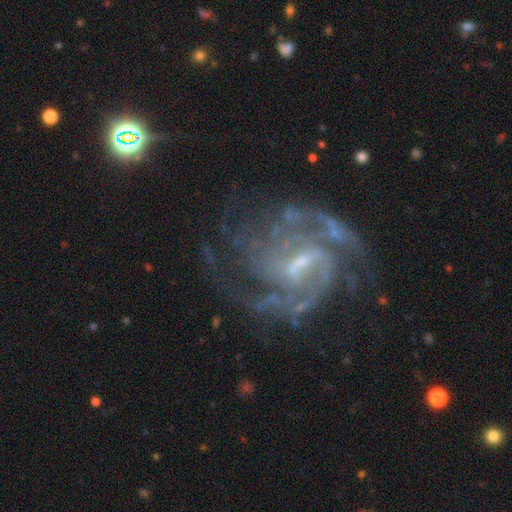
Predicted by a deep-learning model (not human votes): smooth_or_featured: featured or disk (p=0.88) [alt: star or artifact p=0.07]
disk_edge_on: no (p=0.98) [alt: yes p=0.02]
bar: weak (p=0.58) [alt: strong p=0.22]
has_spiral_arms: yes (p=0.96) [alt: no p=0.04]
spiral_winding: medium (p=0.47) [alt: tight p=0.40]
spiral_arm_count: can't tell (p=0.25) [alt: 2 p=0.23]
bulge_size: small (p=0.61) [alt: moderate p=0.23]
merging: none (p=0.60) [alt: major disturbance p=0.19]